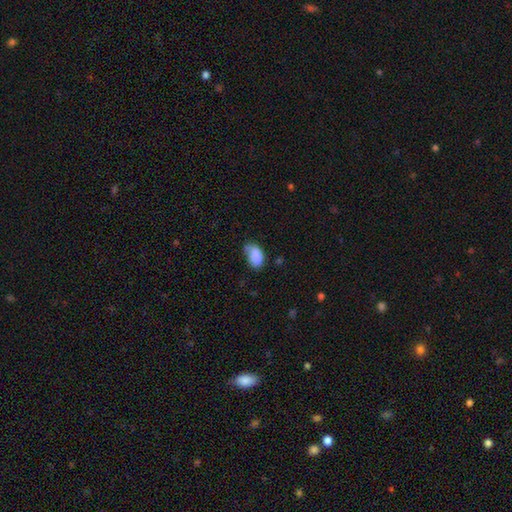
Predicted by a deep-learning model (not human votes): Q: Smooth or featured?
A: smooth (81%); runner-up: featured or disk (10%)
Q: How rounded?
A: in between (88%); runner-up: round (11%)
Q: Merging?
A: none (41%); runner-up: minor disturbance (35%)